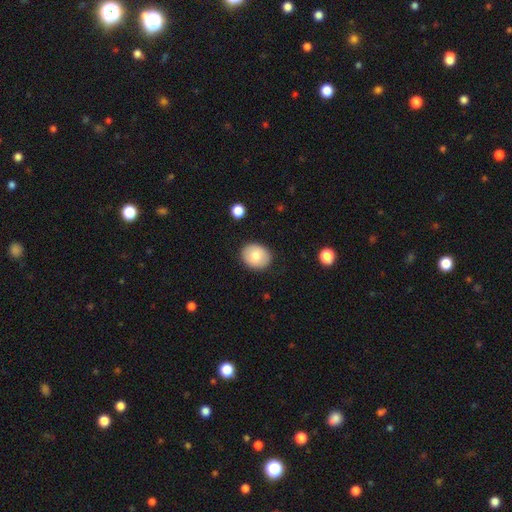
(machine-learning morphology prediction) Smooth or featured? Predicted: smooth (p=0.77). How rounded? Predicted: round (p=0.53). Merging? Predicted: none (p=0.88).